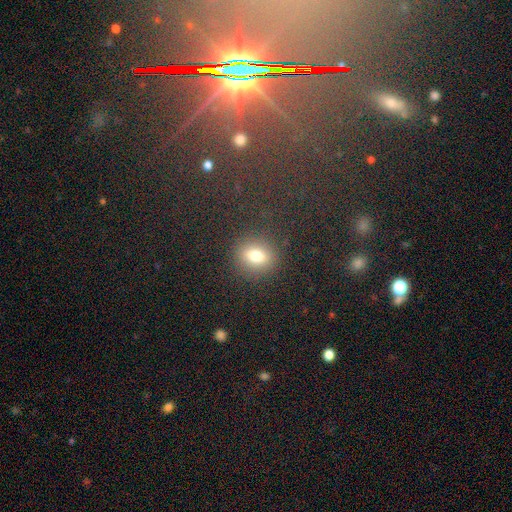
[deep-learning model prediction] Smooth or featured: smooth — 77% (star or artifact — 14%)
How rounded: round — 55% (in between — 42%)
Merging: none — 87% (minor disturbance — 8%)